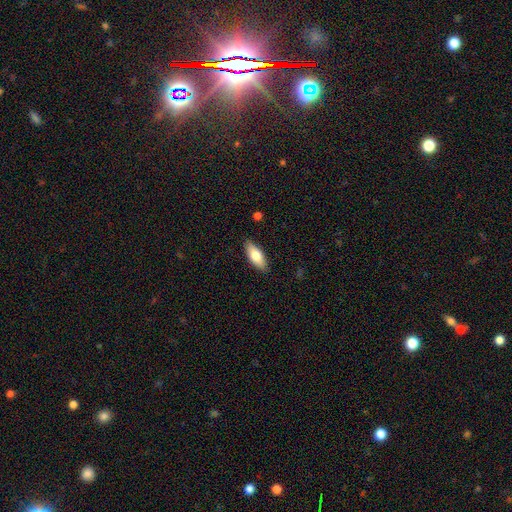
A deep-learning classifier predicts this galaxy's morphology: This appears to be a smooth galaxy with no disk features (74%) that is in between round and cigar-shaped (76%). Merging: none (88%).